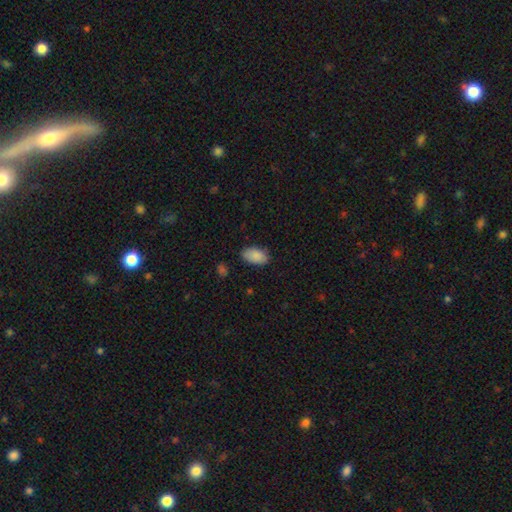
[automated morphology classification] Q: Smooth or featured?
A: smooth (89%); runner-up: star or artifact (7%)
Q: How rounded?
A: in between (94%); runner-up: round (4%)
Q: Merging?
A: none (82%); runner-up: minor disturbance (14%)